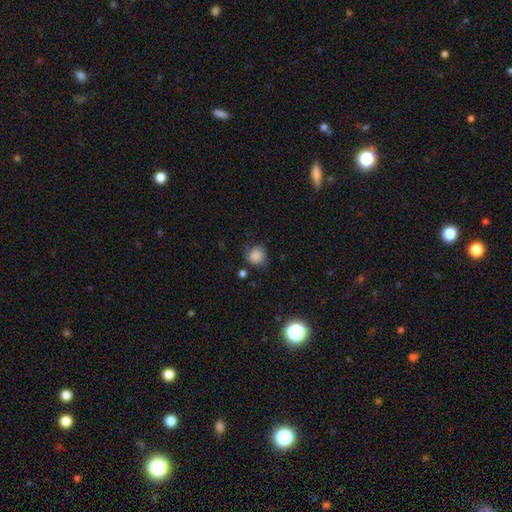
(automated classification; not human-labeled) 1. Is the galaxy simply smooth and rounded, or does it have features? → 84% smooth, 11% star or artifact, 5% featured or disk.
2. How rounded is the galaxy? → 83% round, 16% in between, 1% cigar-shaped.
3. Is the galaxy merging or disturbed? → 66% none, 24% minor disturbance, 7% major disturbance, 3% merger.